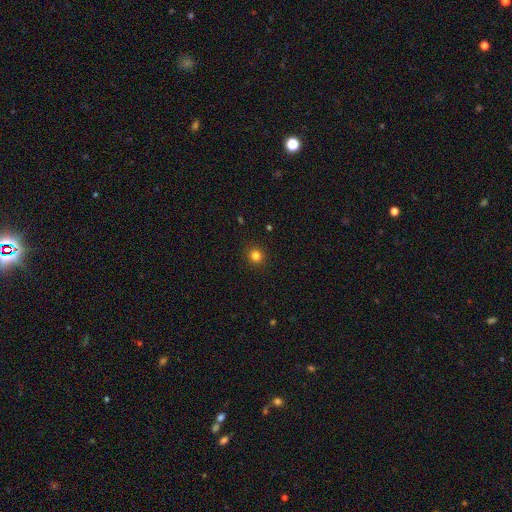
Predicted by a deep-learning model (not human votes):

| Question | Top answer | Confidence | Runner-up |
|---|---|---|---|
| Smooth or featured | smooth | 82% | star or artifact (14%) |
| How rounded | round | 92% | in between (7%) |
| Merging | none | 92% | minor disturbance (5%) |